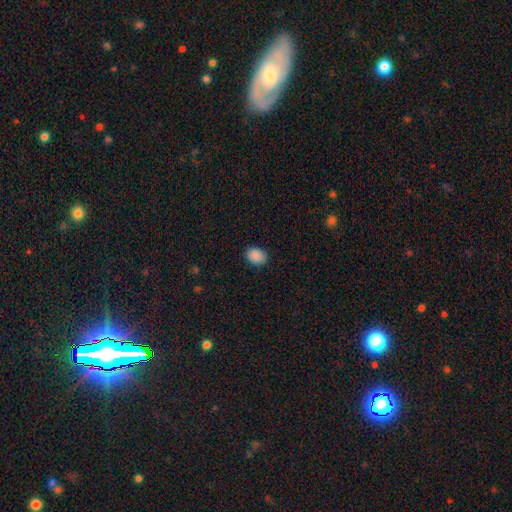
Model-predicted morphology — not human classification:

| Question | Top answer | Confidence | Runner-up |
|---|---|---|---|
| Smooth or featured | smooth | 89% | star or artifact (9%) |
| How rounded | in between | 56% | round (43%) |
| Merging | none | 87% | minor disturbance (10%) |